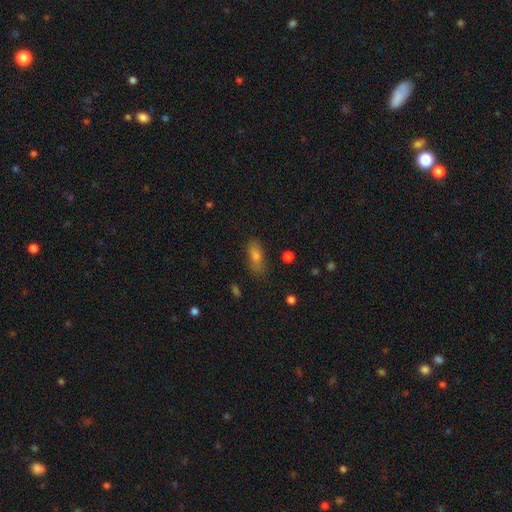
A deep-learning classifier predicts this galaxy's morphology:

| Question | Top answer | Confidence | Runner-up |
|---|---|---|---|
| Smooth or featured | smooth | 70% | featured or disk (16%) |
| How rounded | in between | 72% | cigar-shaped (22%) |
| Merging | none | 76% | minor disturbance (17%) |